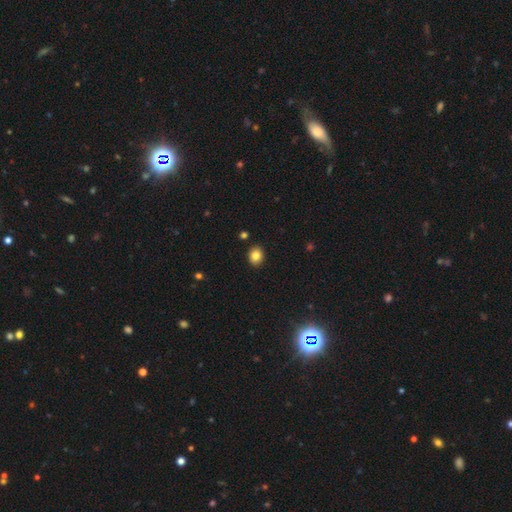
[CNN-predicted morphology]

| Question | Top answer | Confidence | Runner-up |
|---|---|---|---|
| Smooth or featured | smooth | 83% | star or artifact (10%) |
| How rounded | round | 55% | in between (44%) |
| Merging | none | 90% | minor disturbance (6%) |